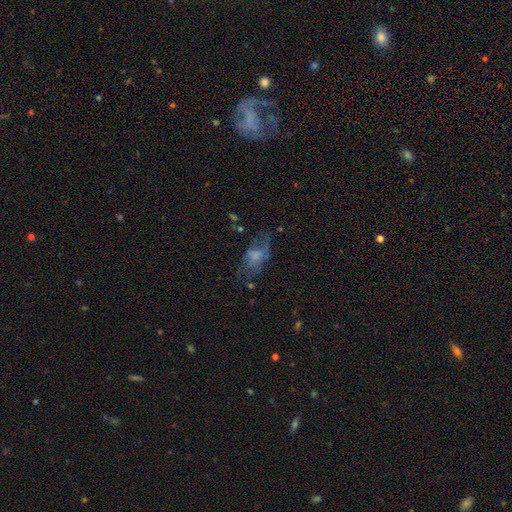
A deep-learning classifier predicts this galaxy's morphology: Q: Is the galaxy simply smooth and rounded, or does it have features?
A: featured or disk — 45%.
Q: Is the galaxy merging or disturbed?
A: none — 41%.